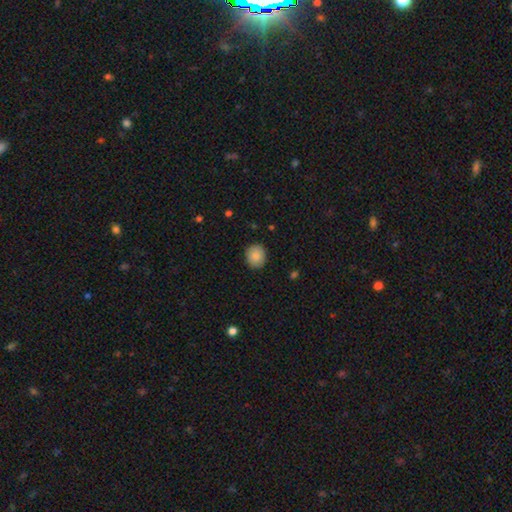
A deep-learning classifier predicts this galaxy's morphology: Overall: smooth (87%). How rounded: round (75%). Merging: none (89%).